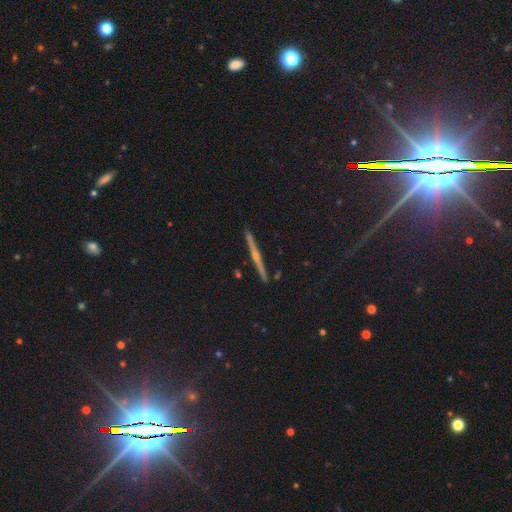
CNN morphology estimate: A featured or disk galaxy (72%) viewed edge-on (98%) with a rounded central bulge (78%). Merging: none (91%).